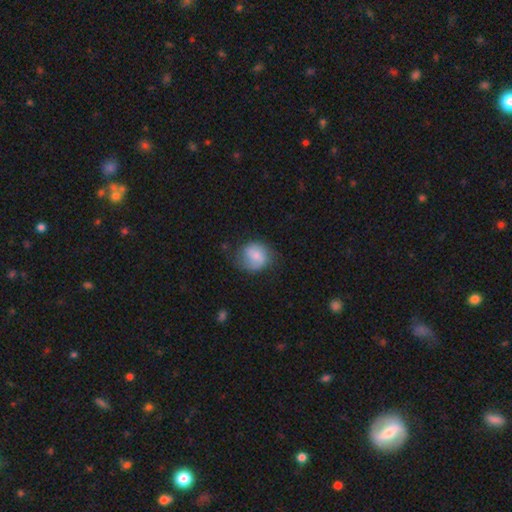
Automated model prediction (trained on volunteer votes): This appears to be a smooth galaxy with no disk features (68%) that is round (76%). Merging: none (64%).